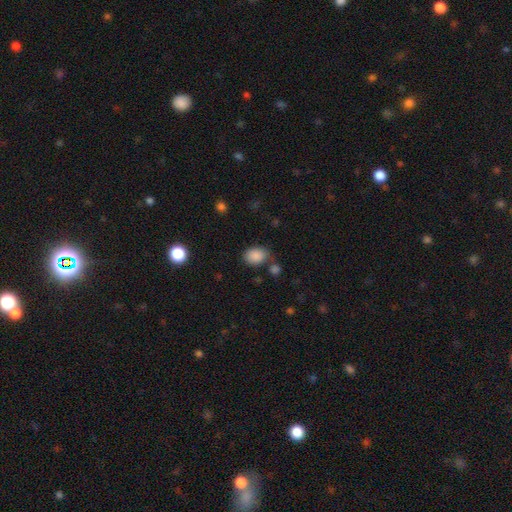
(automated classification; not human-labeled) smooth-or-featured: smooth: 87% | star or artifact: 9% | featured or disk: 4%
  how-rounded: in between: 69% | round: 30% | cigar-shaped: 1%
  merging: none: 69% | minor disturbance: 16% | merger: 10% | major disturbance: 5%